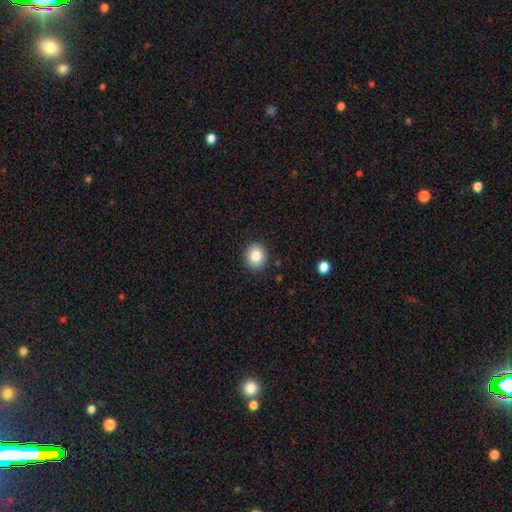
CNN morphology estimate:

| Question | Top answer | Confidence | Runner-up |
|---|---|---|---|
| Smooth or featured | smooth | 85% | star or artifact (9%) |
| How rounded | round | 79% | in between (20%) |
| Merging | none | 89% | minor disturbance (7%) |